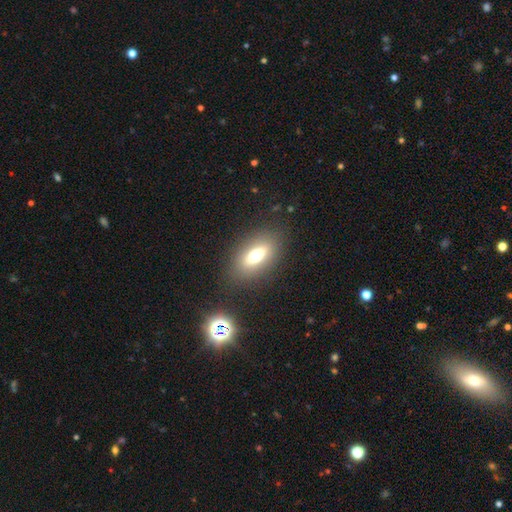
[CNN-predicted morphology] Smooth or featured? Predicted: smooth (p=0.62). How rounded? Predicted: in between (p=0.77). Merging? Predicted: none (p=0.83).